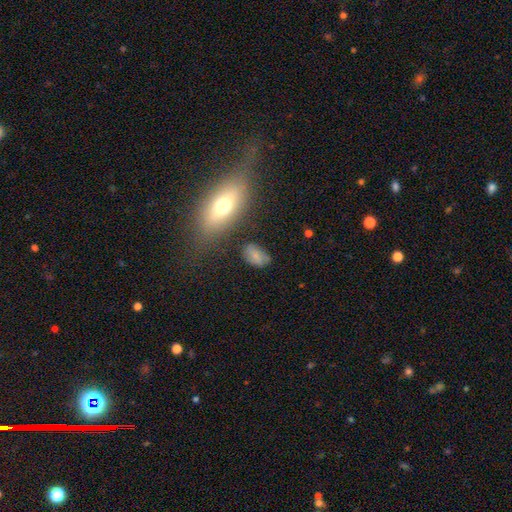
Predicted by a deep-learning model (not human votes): Morphology: type=smooth (73%); roundness=in between (89%); merging=none (69%).